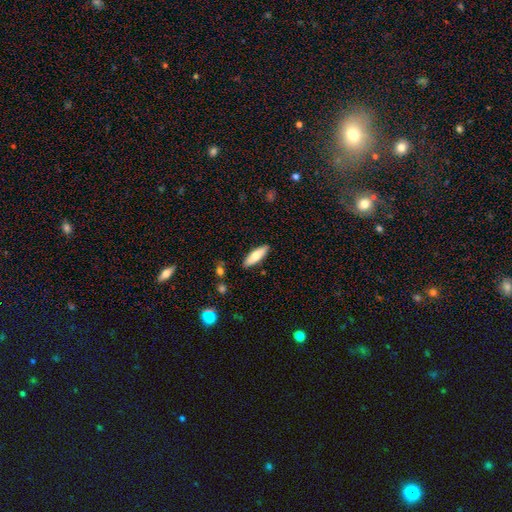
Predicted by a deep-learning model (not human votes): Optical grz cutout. It shows a smooth galaxy with no disk features (74%) that is cigar-shaped (49%, tied with in between). Merging: none (89%).